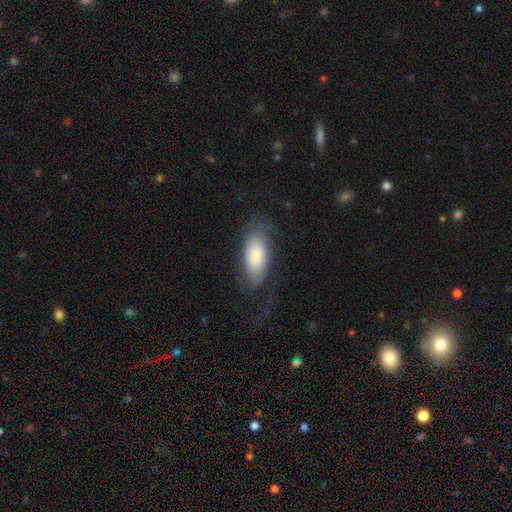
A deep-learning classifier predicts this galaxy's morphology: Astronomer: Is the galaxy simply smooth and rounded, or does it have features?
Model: smooth — 75%.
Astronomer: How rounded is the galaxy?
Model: in between — 89%.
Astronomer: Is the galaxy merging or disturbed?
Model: none — 60%.